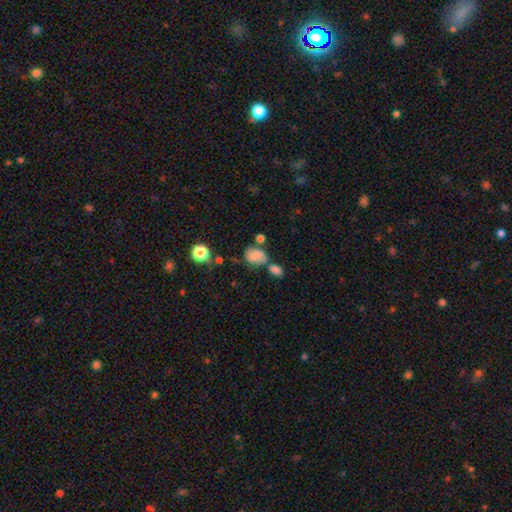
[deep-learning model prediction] smooth_or_featured: smooth (p=0.64) [alt: featured or disk p=0.25]
how_rounded: in between (p=0.61) [alt: round p=0.37]
merging: none (p=0.43) [alt: merger p=0.25]